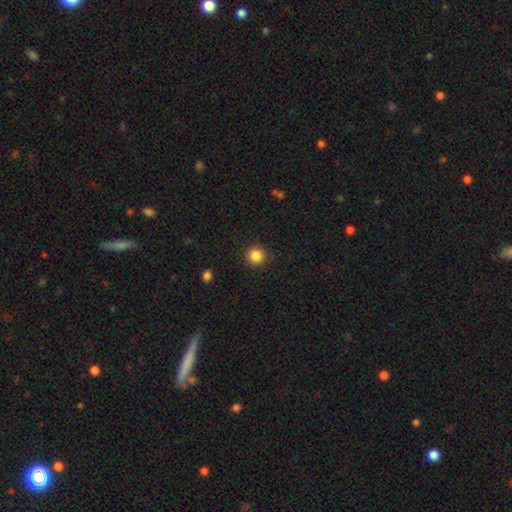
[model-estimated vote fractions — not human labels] Smooth or featured: smooth — 86% (star or artifact — 10%)
How rounded: round — 94% (in between — 5%)
Merging: none — 91% (minor disturbance — 6%)